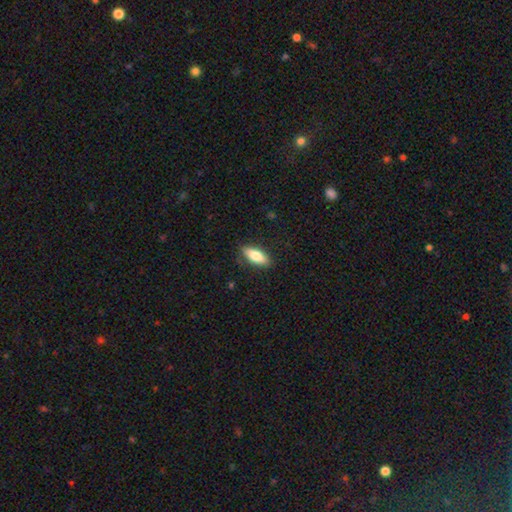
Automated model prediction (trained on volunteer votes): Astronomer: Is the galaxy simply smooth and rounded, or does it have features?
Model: smooth — 78%.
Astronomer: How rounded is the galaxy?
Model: in between — 73%.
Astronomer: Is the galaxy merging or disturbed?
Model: none — 86%.